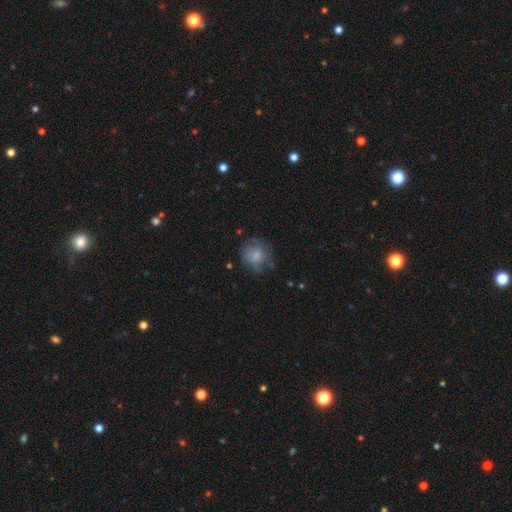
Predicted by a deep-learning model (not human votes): A smooth galaxy with no disk features (69%) that is round (80%).

Vote fractions:
- Smooth or featured? smooth: 69% / featured or disk: 21% / star or artifact: 10%
- How rounded? round: 80% / in between: 19% / cigar-shaped: 1%
- Merging? none: 62% / minor disturbance: 23% / major disturbance: 13% / merger: 2%